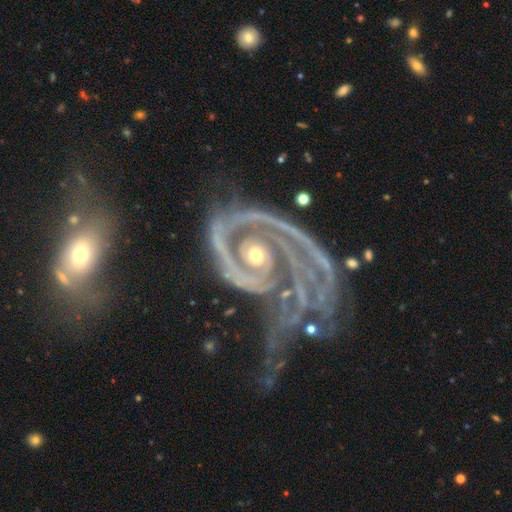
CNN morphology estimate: type=featured or disk (90%); edge-on=no (97%); bar=no (52%); spiral arms=yes (90%); winding=medium (42%); arm count=2 (52%); bulge=small (52%); merging=major disturbance (47%).